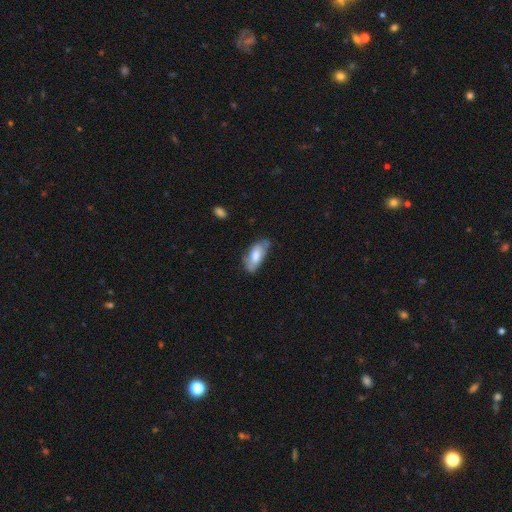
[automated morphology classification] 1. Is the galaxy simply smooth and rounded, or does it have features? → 64% smooth, 30% featured or disk, 6% star or artifact.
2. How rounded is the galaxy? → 86% in between, 12% cigar-shaped, 2% round.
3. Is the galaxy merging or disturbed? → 59% none, 31% minor disturbance, 8% major disturbance, 2% merger.